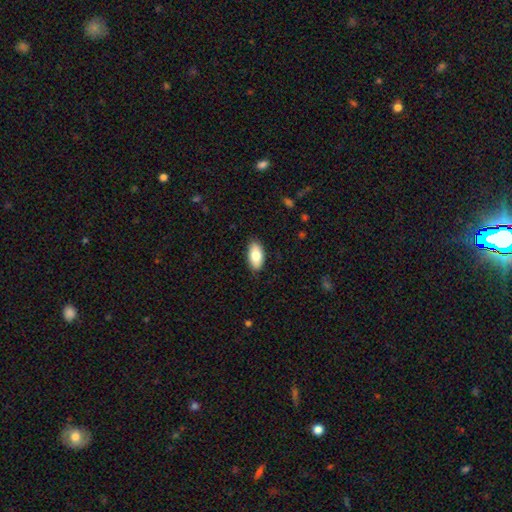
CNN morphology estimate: The model was most divided on "smooth or featured": smooth: 81%, featured or disk: 12%, star or artifact: 6%. More confident: how rounded — in between (93%); merging — none (86%).